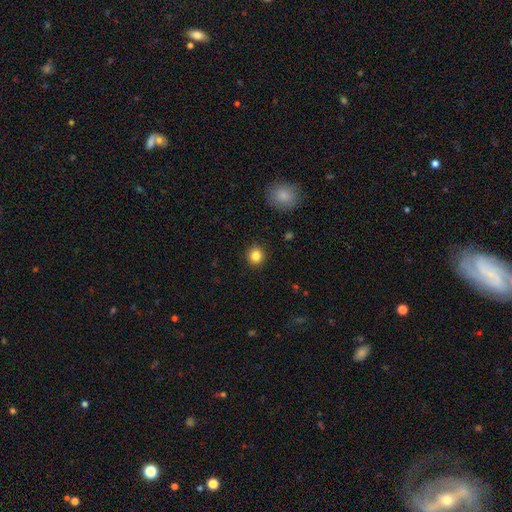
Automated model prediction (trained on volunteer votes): smooth_or_featured: smooth (p=0.84) [alt: star or artifact p=0.11]
how_rounded: round (p=0.89) [alt: in between p=0.10]
merging: none (p=0.91) [alt: minor disturbance p=0.06]